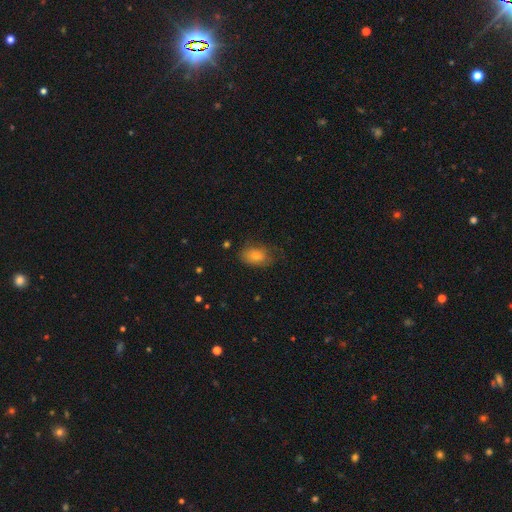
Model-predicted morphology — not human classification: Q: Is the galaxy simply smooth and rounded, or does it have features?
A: smooth — 79%.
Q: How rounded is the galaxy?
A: in between — 85%.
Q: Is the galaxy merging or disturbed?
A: none — 62%.